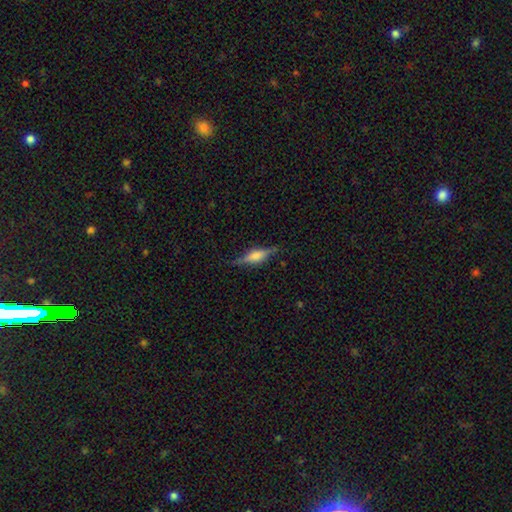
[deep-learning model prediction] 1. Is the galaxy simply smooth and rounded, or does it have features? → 62% featured or disk, 31% smooth, 8% star or artifact.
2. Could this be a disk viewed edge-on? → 96% yes, 4% no.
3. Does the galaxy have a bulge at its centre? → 67% rounded, 28% boxy, 5% none.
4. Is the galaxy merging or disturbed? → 82% none, 13% minor disturbance, 3% major disturbance, 1% merger.